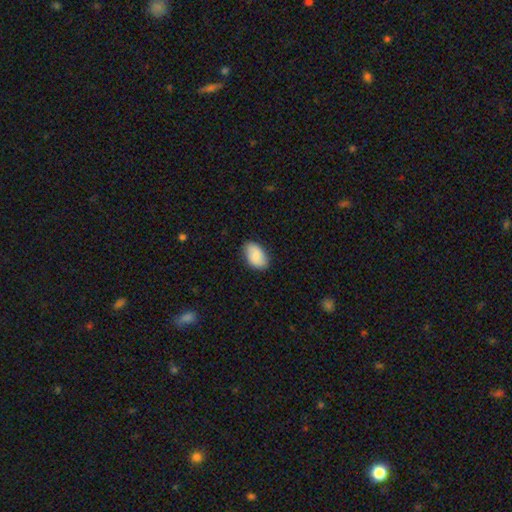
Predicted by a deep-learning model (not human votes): The model was most divided on "merging": none: 83%, minor disturbance: 13%, major disturbance: 2%, merger: 1%. More confident: how rounded — in between (92%); smooth or featured — smooth (84%).